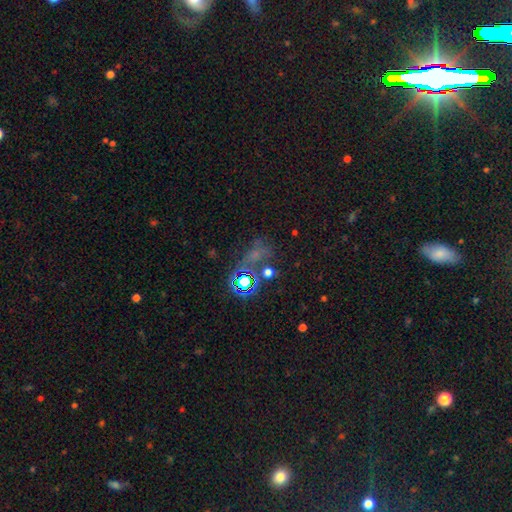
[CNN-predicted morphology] smooth-or-featured: star or artifact: 55% | smooth: 30% | featured or disk: 15%